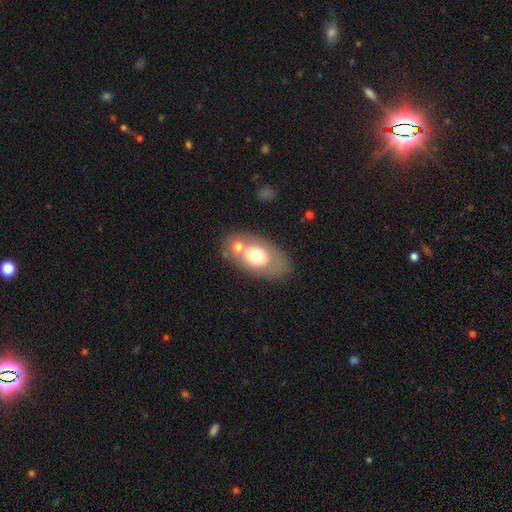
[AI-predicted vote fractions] Smooth or featured: smooth — 60% (featured or disk — 32%)
How rounded: in between — 87% (round — 11%)
Merging: none — 58% (merger — 22%)